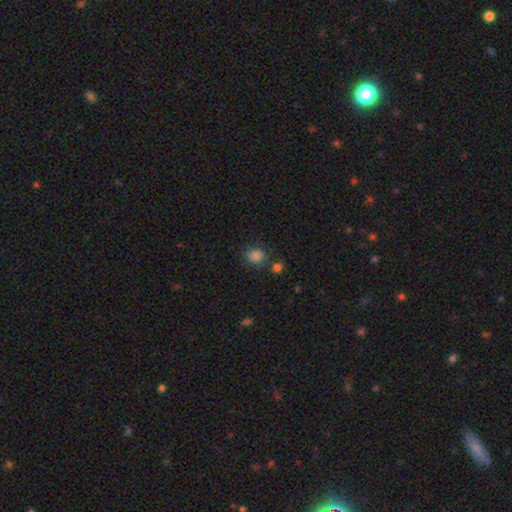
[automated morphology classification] A smooth galaxy with no disk features (83%) that is round (72%). Merging: none (70%).